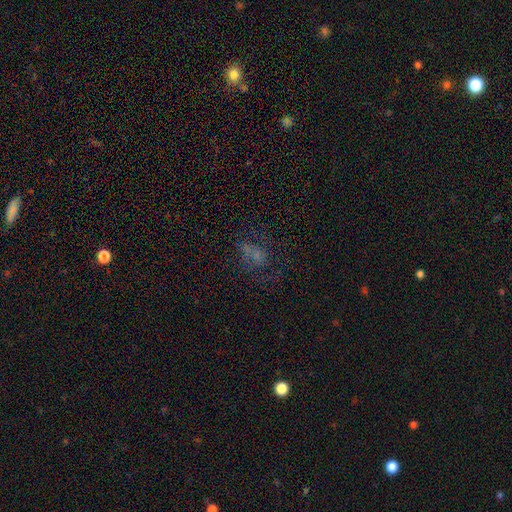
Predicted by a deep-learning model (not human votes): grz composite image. It shows a star or artifact, not a galaxy (36%, tied with featured or disk).